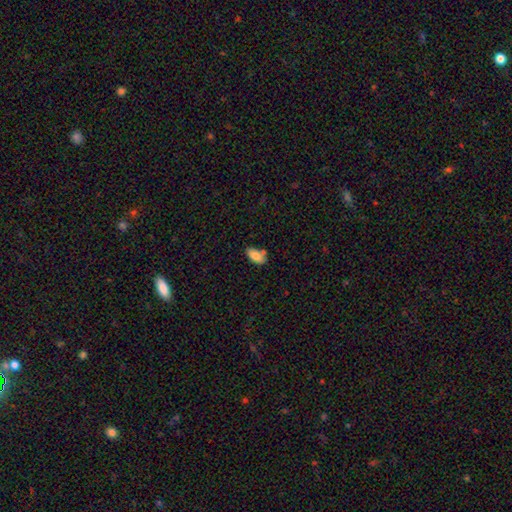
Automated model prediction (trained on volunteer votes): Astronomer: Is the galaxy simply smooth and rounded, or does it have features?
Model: smooth — 83%.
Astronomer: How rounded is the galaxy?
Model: in between — 92%.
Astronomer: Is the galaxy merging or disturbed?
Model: none — 66%.